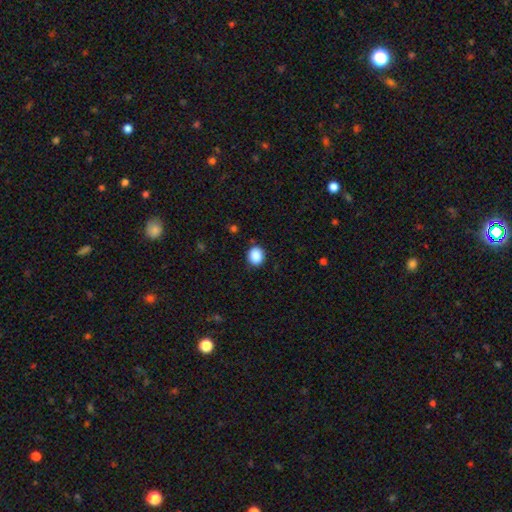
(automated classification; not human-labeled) This is clearly a smooth galaxy (88%). How rounded: likely round (68%). Merging: clearly none (88%).